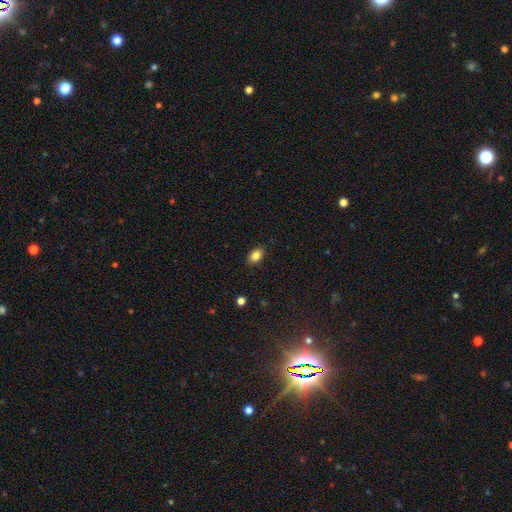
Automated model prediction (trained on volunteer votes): smooth 85%, star or artifact 9%, featured or disk 6%. Down the decision tree: how rounded — in between (83%); merging — none (87%).